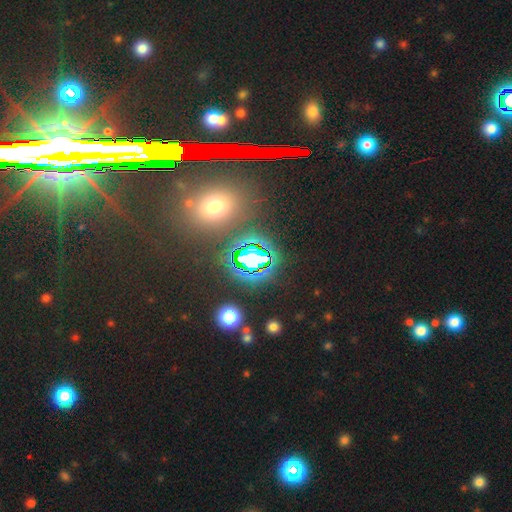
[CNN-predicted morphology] Q: Smooth or featured?
A: star or artifact (68%); runner-up: smooth (23%)